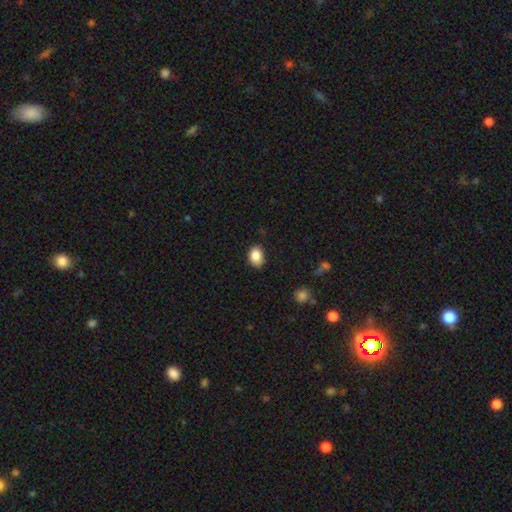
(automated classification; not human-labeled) The model was most divided on "how rounded": in between: 74%, round: 24%, cigar-shaped: 1%. More confident: smooth or featured — smooth (87%); merging — none (80%).